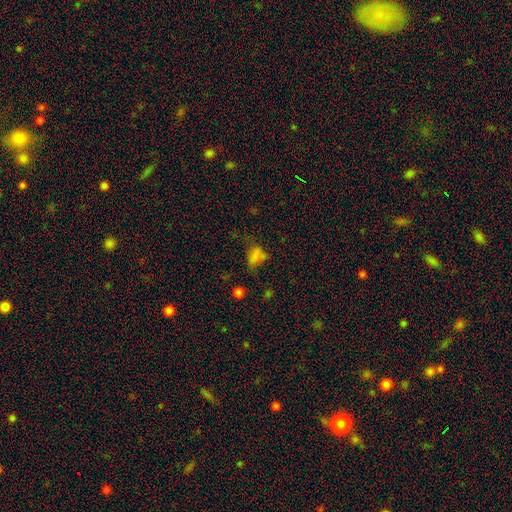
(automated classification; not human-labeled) Morphology: type=smooth (66%); roundness=in between (75%); merging=none (42%).